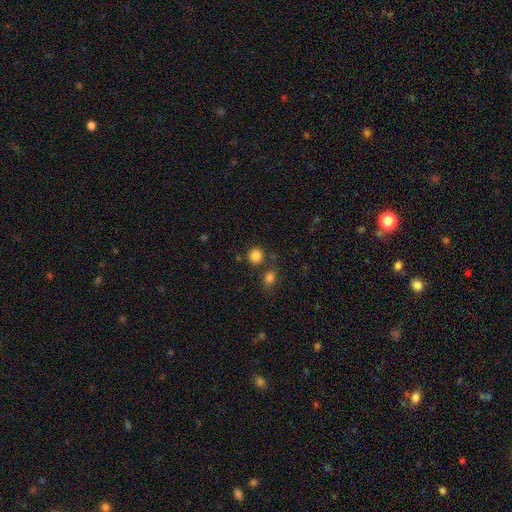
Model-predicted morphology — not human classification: smooth_or_featured: smooth (p=0.84) [alt: star or artifact p=0.12]
how_rounded: round (p=0.89) [alt: in between p=0.10]
merging: none (p=0.76) [alt: merger p=0.12]